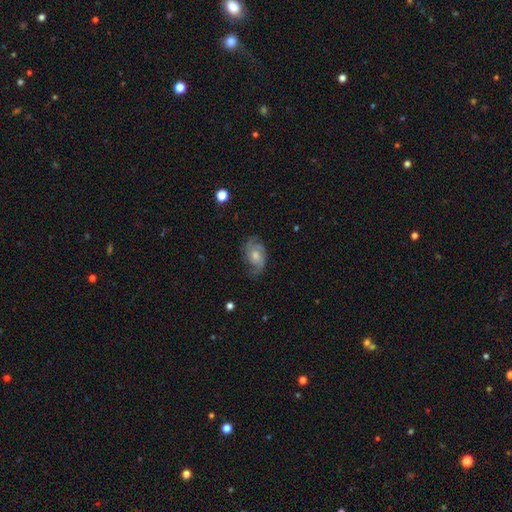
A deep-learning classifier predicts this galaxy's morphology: smooth_or_featured: featured or disk (p=0.74) [alt: smooth p=0.19]
disk_edge_on: no (p=0.97) [alt: yes p=0.03]
bar: no (p=0.72) [alt: weak p=0.25]
has_spiral_arms: yes (p=0.93) [alt: no p=0.07]
spiral_winding: medium (p=0.44) [alt: tight p=0.35]
spiral_arm_count: 2 (p=0.38) [alt: 3 p=0.24]
bulge_size: moderate (p=0.62) [alt: small p=0.26]
merging: none (p=0.65) [alt: minor disturbance p=0.22]